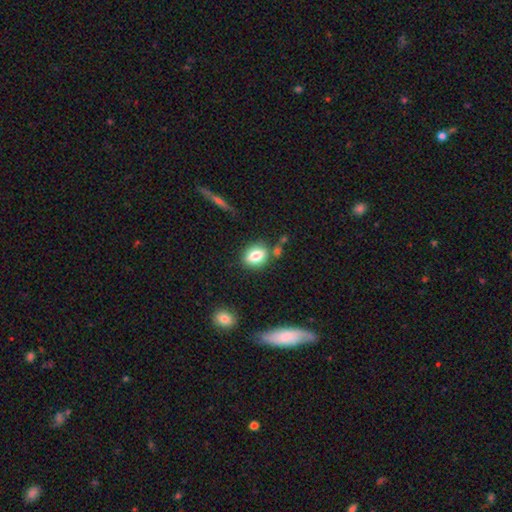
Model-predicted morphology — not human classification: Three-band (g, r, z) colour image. It shows a smooth galaxy with no disk features (79%) that is in between round and cigar-shaped (69%). Merging: none (72%).